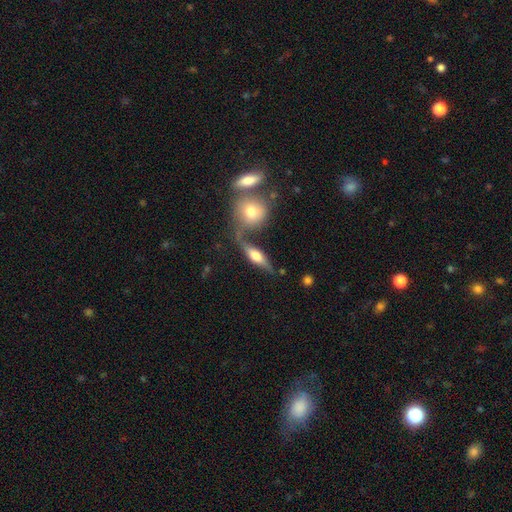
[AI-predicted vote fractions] Smooth or featured: featured or disk — 55% (smooth — 37%)
Edge-on disk: yes — 71% (no — 29%)
Merging: none — 51% (merger — 24%)